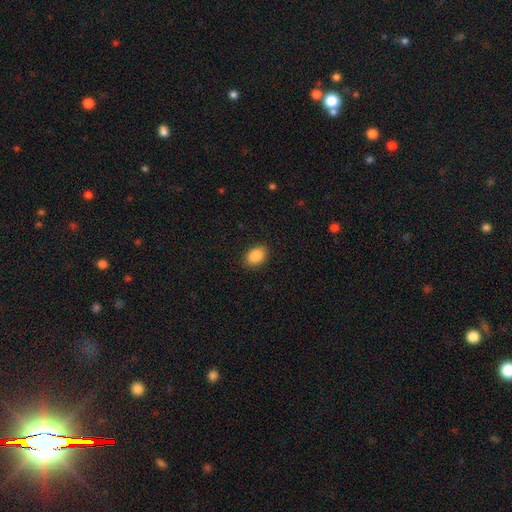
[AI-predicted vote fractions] A smooth galaxy with no disk features (88%) that is in between round and cigar-shaped (79%). Merging: none (89%).